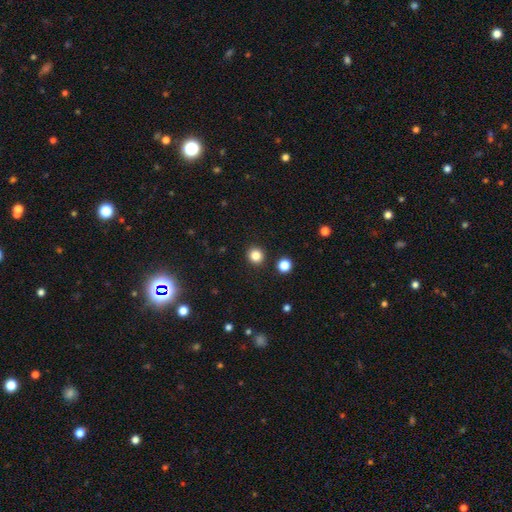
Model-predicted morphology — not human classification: The model was most divided on "smooth or featured": smooth: 84%, star or artifact: 12%, featured or disk: 4%. More confident: how rounded — round (92%); merging — none (92%).